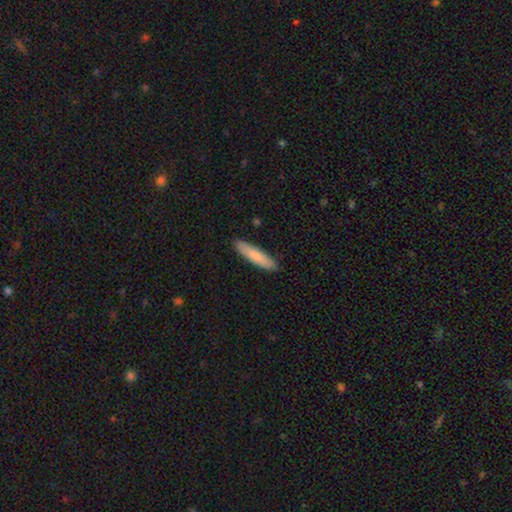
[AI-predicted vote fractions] Smooth or featured: smooth — 83% (featured or disk — 12%)
How rounded: cigar-shaped — 83% (in between — 15%)
Merging: none — 90% (minor disturbance — 7%)